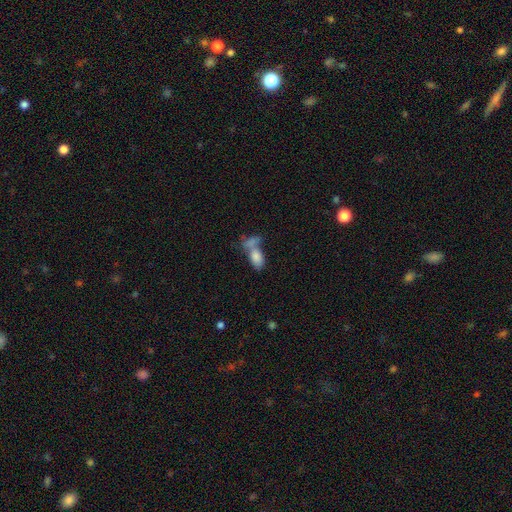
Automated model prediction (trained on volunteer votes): Morphology: type=smooth (75%); roundness=in between (87%); merging=merger (49%).